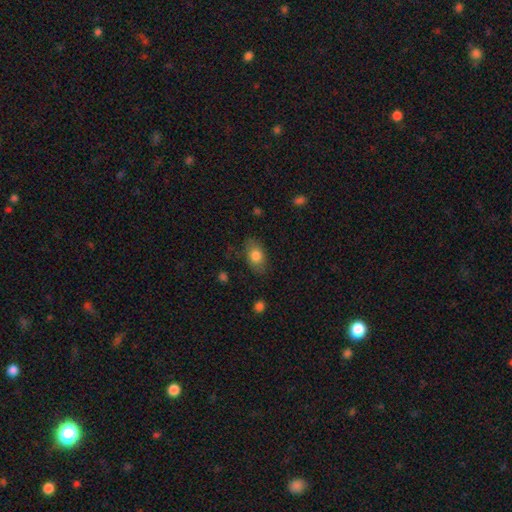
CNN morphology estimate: smooth 79%, featured or disk 14%, star or artifact 8%. Down the decision tree: how rounded — in between (86%); merging — none (79%).